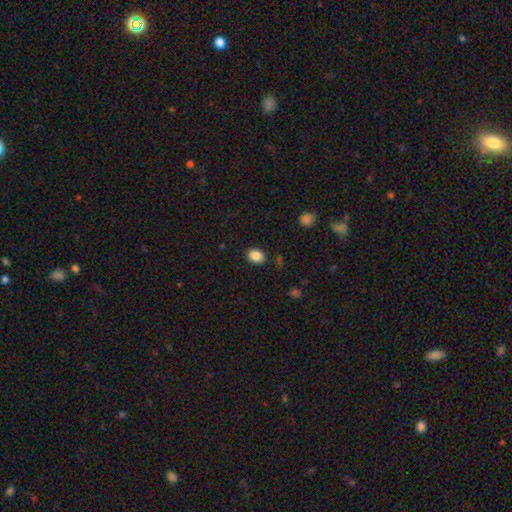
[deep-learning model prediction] A smooth galaxy with no disk features (87%) that is in between round and cigar-shaped (68%). Merging: none (88%).